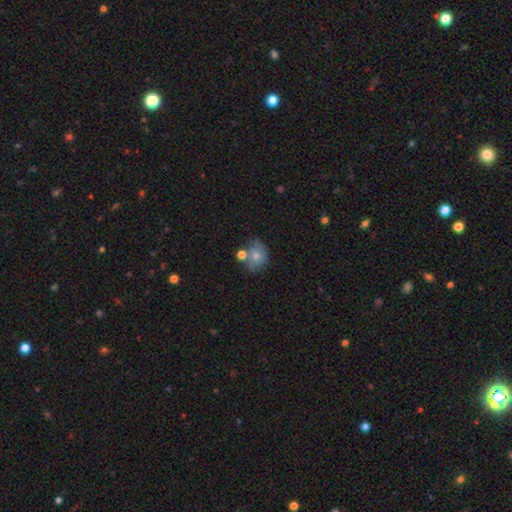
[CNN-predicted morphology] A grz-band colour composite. It shows a smooth galaxy with no disk features (65%) that is round (60%). Merging: none (43%).